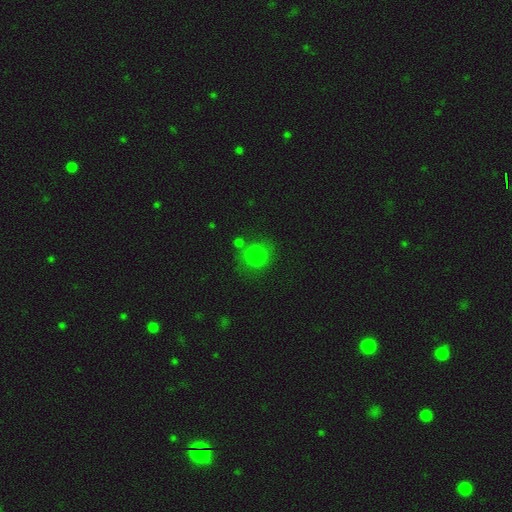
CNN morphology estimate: A smooth galaxy with no disk features (81%) that is round (85%). Merging: none (71%).